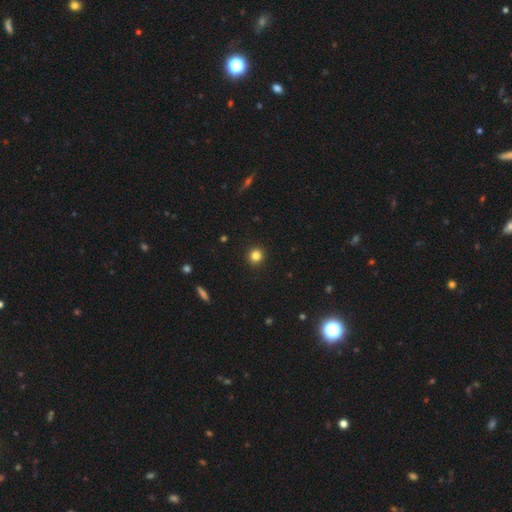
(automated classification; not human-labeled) Smooth or featured? Predicted: smooth (p=0.83). How rounded? Predicted: round (p=0.94). Merging? Predicted: none (p=0.93).